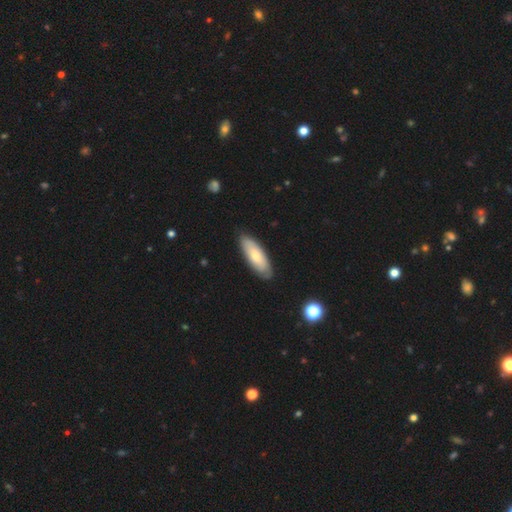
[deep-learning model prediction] The model was most divided on "smooth or featured": smooth: 66%, featured or disk: 29%, star or artifact: 5%. More confident: merging — none (84%); how rounded — in between (67%).